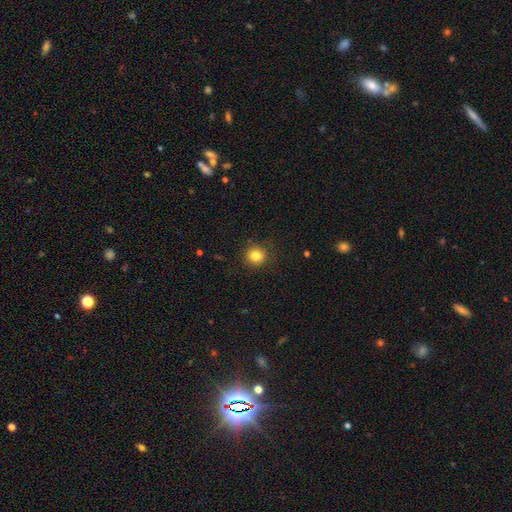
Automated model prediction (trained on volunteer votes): Overall: smooth (83%). How rounded: round (90%). Merging: none (89%).